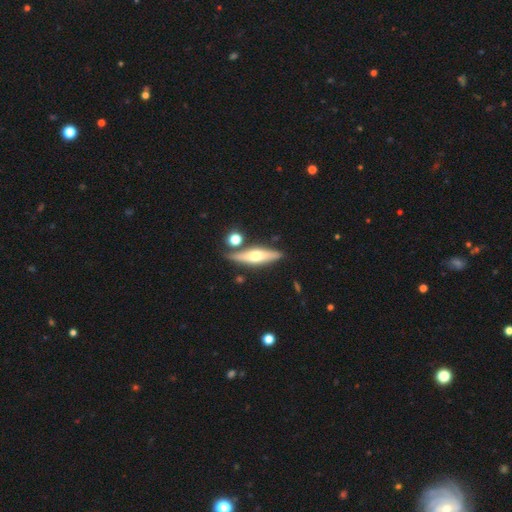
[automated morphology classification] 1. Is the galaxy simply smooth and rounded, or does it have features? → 53% featured or disk, 40% smooth, 7% star or artifact.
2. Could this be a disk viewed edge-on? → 88% yes, 12% no.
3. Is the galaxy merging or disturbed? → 77% none, 11% minor disturbance, 9% merger, 3% major disturbance.